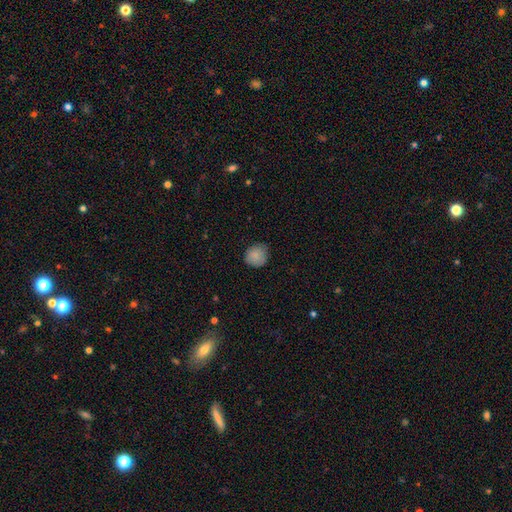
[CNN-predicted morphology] Smooth or featured? Predicted: smooth (p=0.87). How rounded? Predicted: round (p=0.87). Merging? Predicted: none (p=0.77).